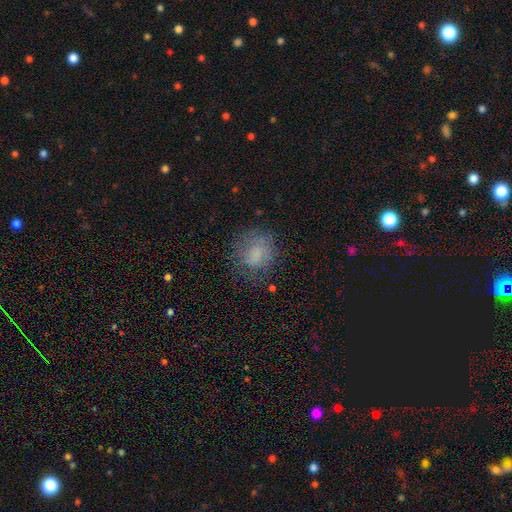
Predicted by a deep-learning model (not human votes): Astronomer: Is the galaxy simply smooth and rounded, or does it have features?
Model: smooth — 71%.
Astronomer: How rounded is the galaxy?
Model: round — 73%.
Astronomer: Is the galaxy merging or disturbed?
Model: none — 66%.